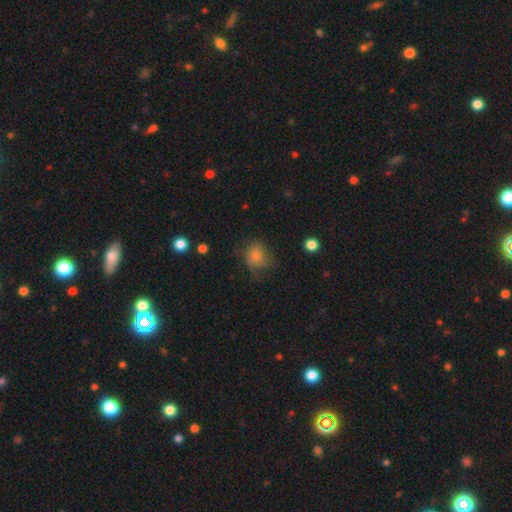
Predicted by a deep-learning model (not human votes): Smooth or featured?
  - smooth: 66% *
  - featured or disk: 20%
  - star or artifact: 14%
How rounded?
  - round: 69% *
  - in between: 30%
  - cigar-shaped: 1%
Merging?
  - none: 57% *
  - minor disturbance: 27%
  - major disturbance: 15%
  - merger: 1%